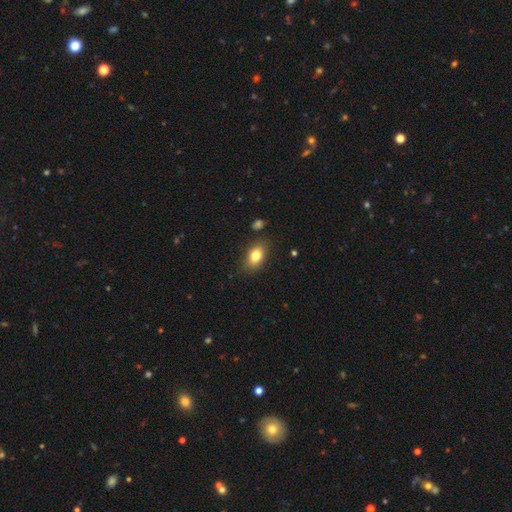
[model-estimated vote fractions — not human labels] Overall: smooth (80%). How rounded: in between (83%). Merging: none (80%).